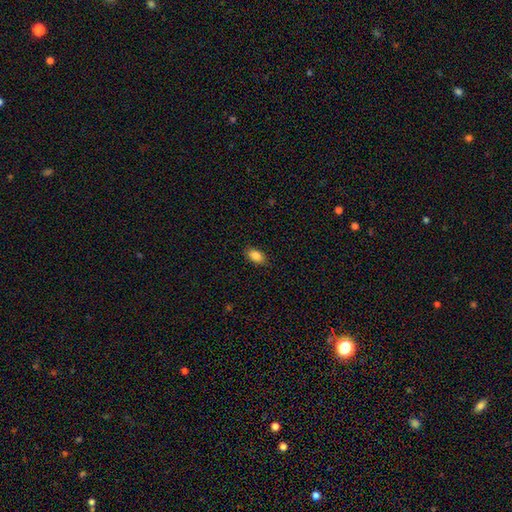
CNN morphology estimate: Smooth or featured: smooth — 87% (star or artifact — 8%)
How rounded: in between — 90% (round — 8%)
Merging: none — 87% (minor disturbance — 10%)